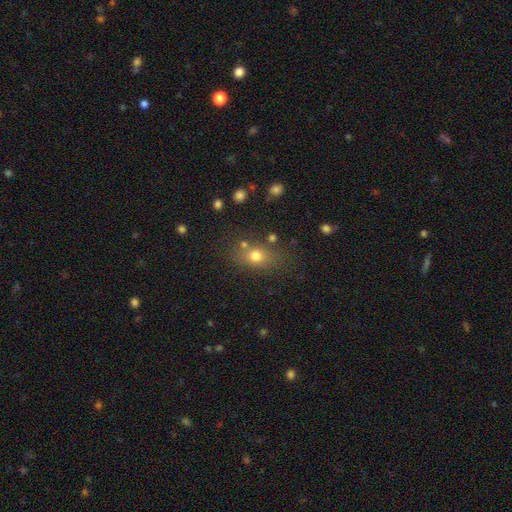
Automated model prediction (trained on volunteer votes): A smooth galaxy with no disk features (72%) that is in between round and cigar-shaped (58%). Merging: none (71%).